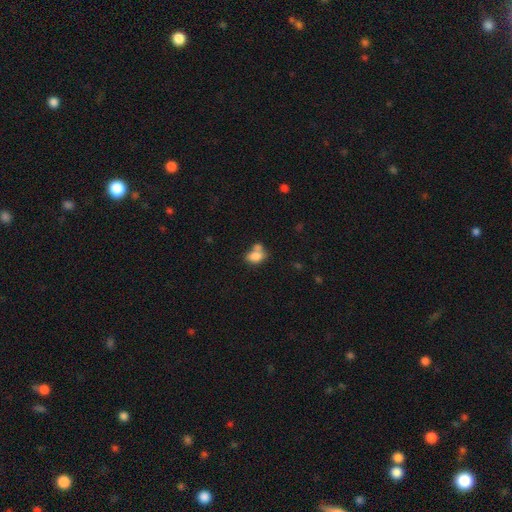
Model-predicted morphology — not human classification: type=smooth (80%); roundness=in between (81%); merging=merger (42%).